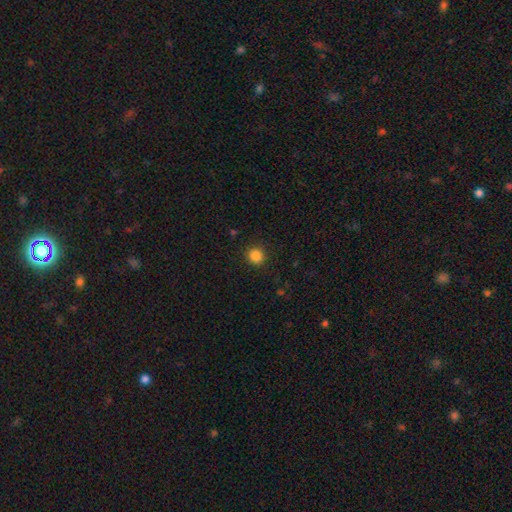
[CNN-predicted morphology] Smooth or featured?
  - smooth: 86% *
  - star or artifact: 11%
  - featured or disk: 3%
How rounded?
  - round: 91% *
  - in between: 8%
  - cigar-shaped: 1%
Merging?
  - none: 90% *
  - minor disturbance: 7%
  - major disturbance: 2%
  - merger: 1%